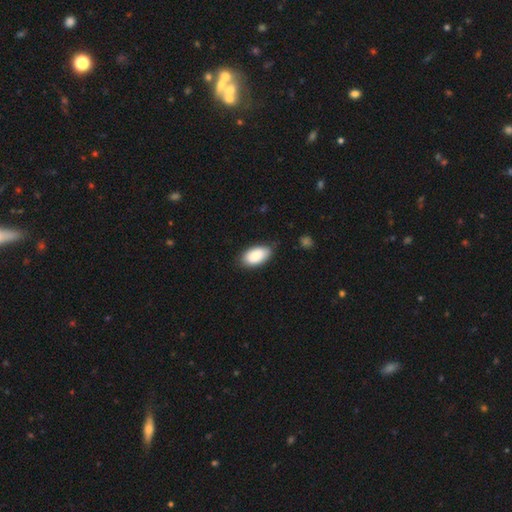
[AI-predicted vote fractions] A smooth galaxy with no disk features (86%) that is in between round and cigar-shaped (95%).

Vote fractions:
- Smooth or featured? smooth: 86% / featured or disk: 8% / star or artifact: 6%
- How rounded? in between: 95% / round: 3% / cigar-shaped: 2%
- Merging? none: 77% / minor disturbance: 18% / major disturbance: 3% / merger: 1%